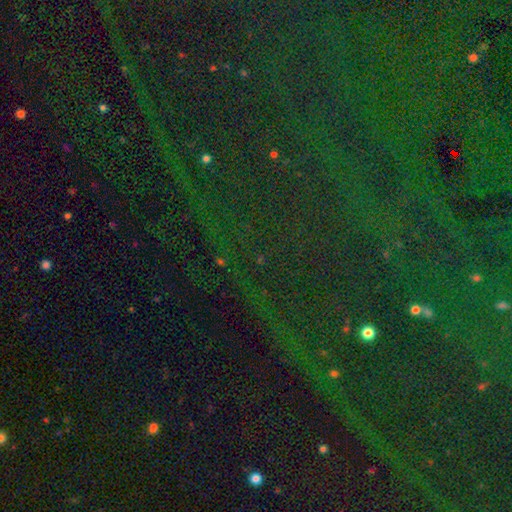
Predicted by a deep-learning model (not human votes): A star or artifact, not a galaxy (83%).